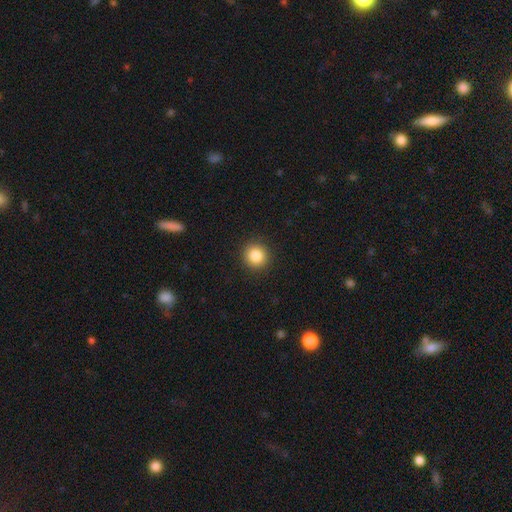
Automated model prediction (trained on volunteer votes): This appears to be a smooth galaxy with no disk features (84%) that is round (93%). Merging: none (92%).